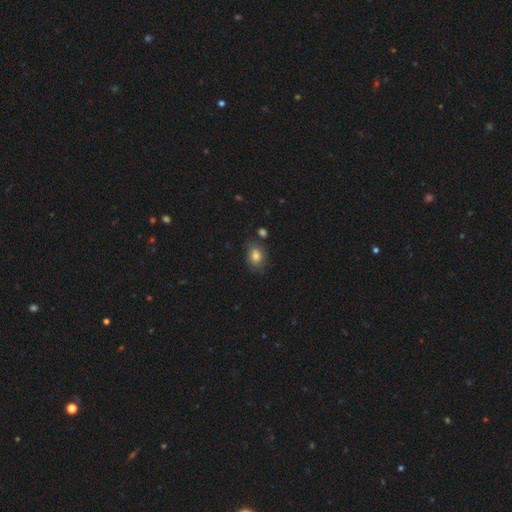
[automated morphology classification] Q: Smooth or featured?
A: smooth (77%); runner-up: featured or disk (13%)
Q: How rounded?
A: in between (71%); runner-up: round (27%)
Q: Merging?
A: none (69%); runner-up: minor disturbance (20%)